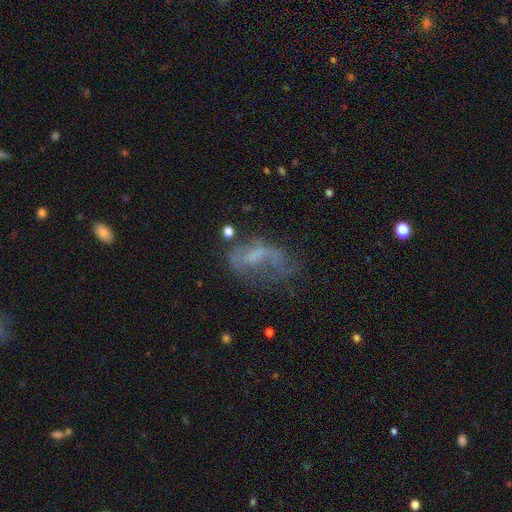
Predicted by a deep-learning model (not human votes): smooth-or-featured: featured or disk: 54% | smooth: 32% | star or artifact: 14%
  disk-edge-on: no: 95% | yes: 5%
    bar: no: 55% | weak: 34% | strong: 12%
    has-spiral-arms: no: 55% | yes: 45%
    bulge-size: none: 53% | small: 27% | moderate: 16% | large: 3% | dominant: 1%
  merging: major disturbance: 37% | none: 33% | minor disturbance: 23% | merger: 7%